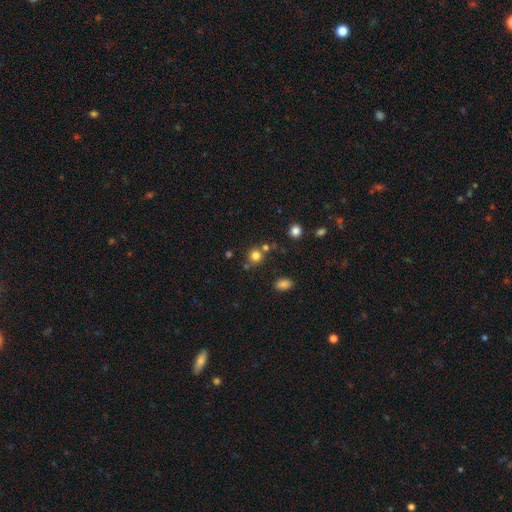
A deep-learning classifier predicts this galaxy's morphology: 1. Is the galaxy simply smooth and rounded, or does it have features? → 79% smooth, 15% star or artifact, 6% featured or disk.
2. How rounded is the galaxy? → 87% round, 12% in between, 1% cigar-shaped.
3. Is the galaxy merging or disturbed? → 71% none, 16% merger, 9% minor disturbance, 3% major disturbance.